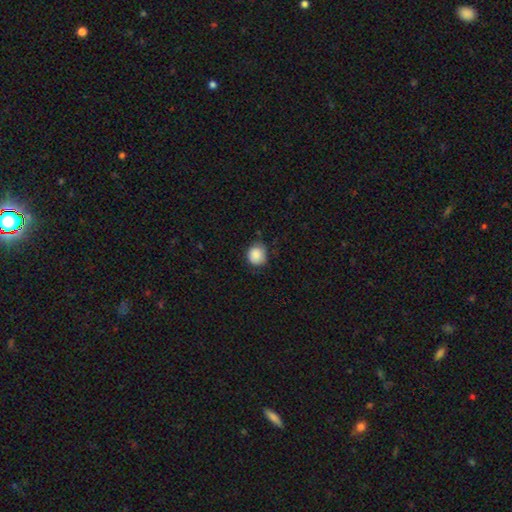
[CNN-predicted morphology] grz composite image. It shows a smooth galaxy with no disk features (87%) that is round (85%). Merging: none (68%).